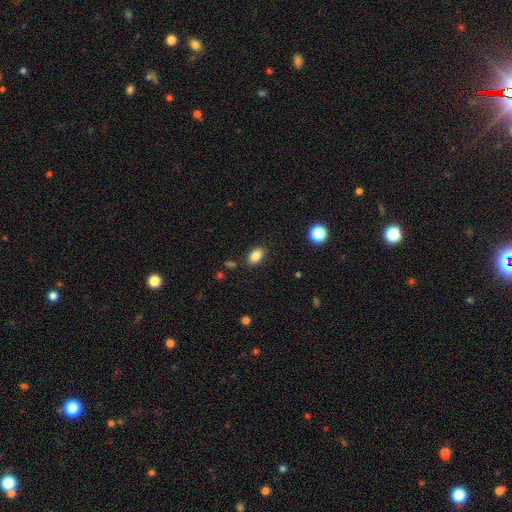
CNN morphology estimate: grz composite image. It shows a smooth galaxy with no disk features (85%) that is in between round and cigar-shaped (87%). Merging: none (86%).